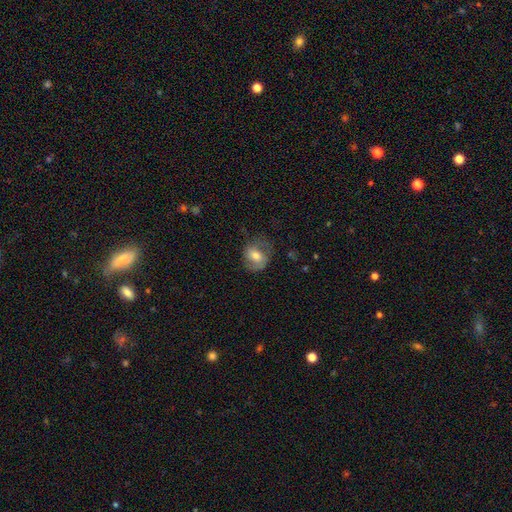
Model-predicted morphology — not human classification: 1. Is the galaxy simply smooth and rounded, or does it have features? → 49% smooth, 43% featured or disk, 8% star or artifact.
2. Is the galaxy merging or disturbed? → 62% none, 22% minor disturbance, 14% major disturbance, 1% merger.